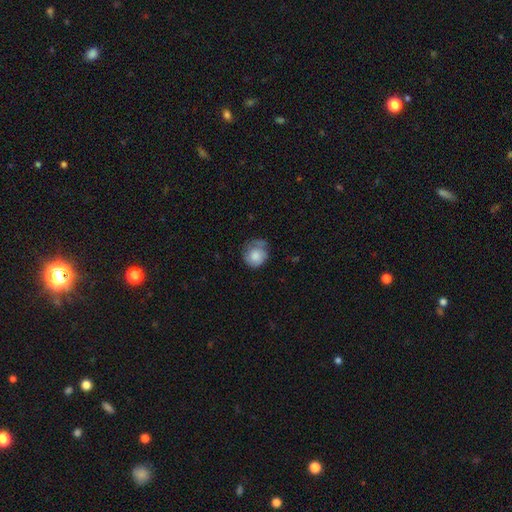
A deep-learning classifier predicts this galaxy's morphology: Overall: smooth (68%). How rounded: round (84%). Merging: none (54%; minor disturbance 31%).